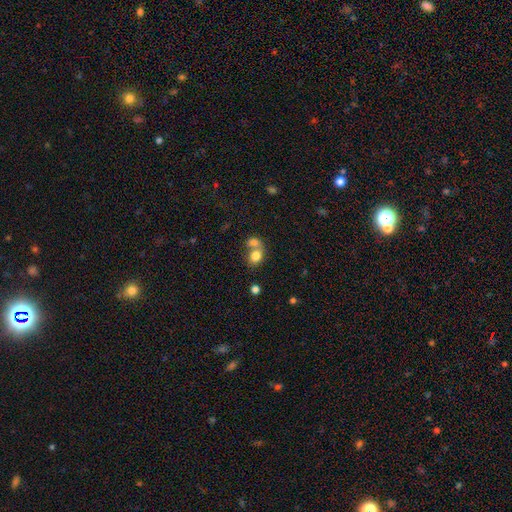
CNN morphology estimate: The model was most divided on "how rounded": in between: 52%, round: 46%, cigar-shaped: 1%. More confident: smooth or featured — smooth (79%); merging — merger (58%).